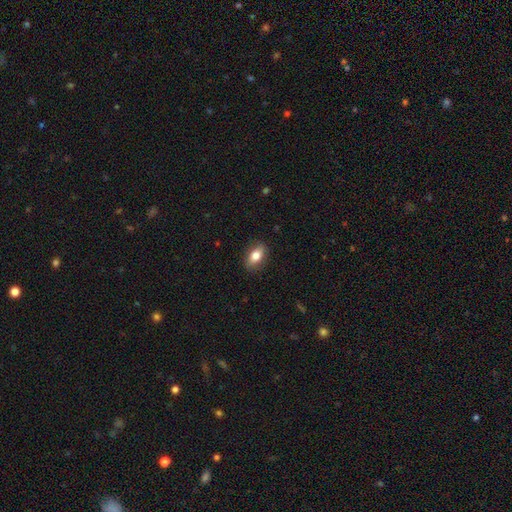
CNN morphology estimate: This appears to be a smooth galaxy with no disk features (79%) that is in between round and cigar-shaped (86%). Merging: none (86%).